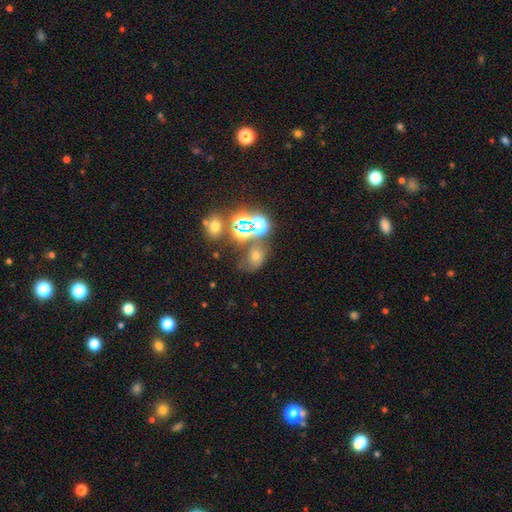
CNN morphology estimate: Smooth or featured? smooth (45%)
Merging? none (52%)